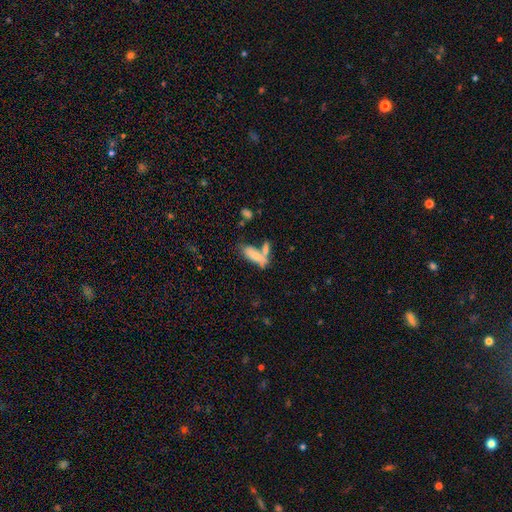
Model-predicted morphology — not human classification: A smooth galaxy with no disk features (74%) that is in between round and cigar-shaped (62%).

Vote fractions:
- Smooth or featured? smooth: 74% / featured or disk: 18% / star or artifact: 8%
- How rounded? in between: 62% / cigar-shaped: 36% / round: 3%
- Merging? merger: 44% / none: 35% / minor disturbance: 14% / major disturbance: 8%